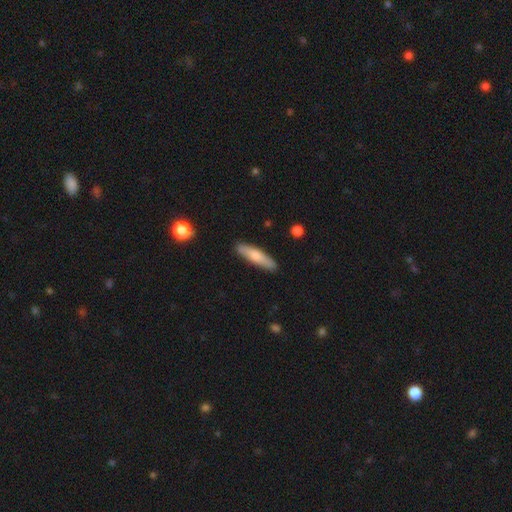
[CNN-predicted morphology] A smooth galaxy with no disk features (71%) that is cigar-shaped (75%).

Vote fractions:
- Smooth or featured? smooth: 71% / featured or disk: 24% / star or artifact: 5%
- How rounded? cigar-shaped: 75% / in between: 23% / round: 2%
- Merging? none: 87% / minor disturbance: 10% / major disturbance: 2% / merger: 1%